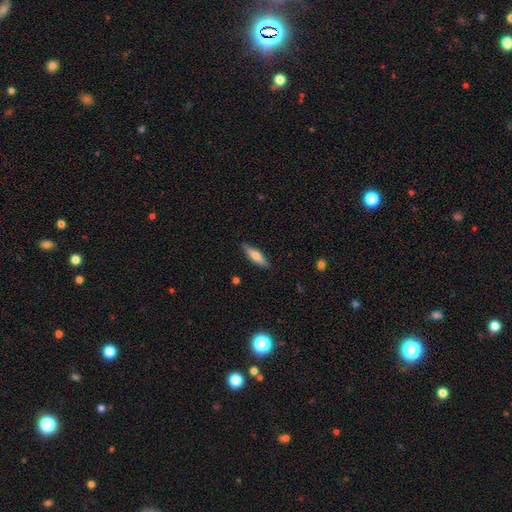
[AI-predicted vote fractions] Smooth or featured?
  - smooth: 63% *
  - featured or disk: 31%
  - star or artifact: 6%
How rounded?
  - cigar-shaped: 66% *
  - in between: 32%
  - round: 2%
Merging?
  - none: 87% *
  - minor disturbance: 10%
  - major disturbance: 2%
  - merger: 1%